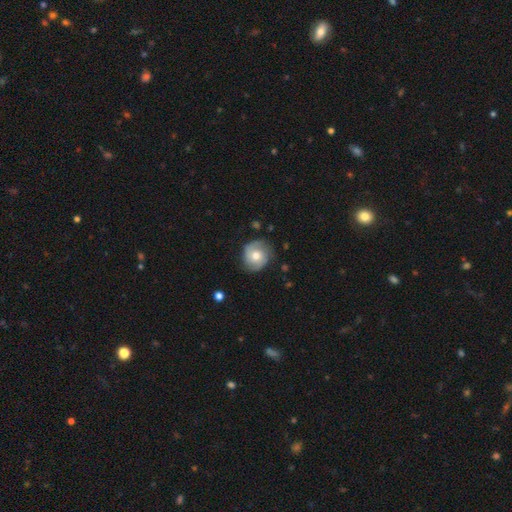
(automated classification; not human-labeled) Morphology: type=smooth (47%); merging=none (73%).